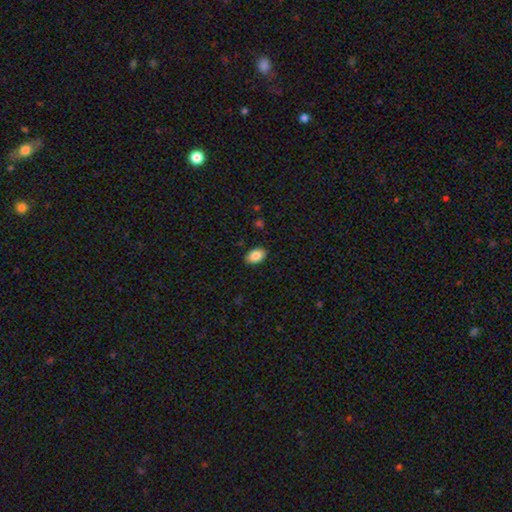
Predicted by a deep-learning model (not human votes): A smooth galaxy with no disk features (86%) that is in between round and cigar-shaped (92%).

Vote fractions:
- Smooth or featured? smooth: 86% / star or artifact: 7% / featured or disk: 6%
- How rounded? in between: 92% / round: 7% / cigar-shaped: 1%
- Merging? none: 89% / minor disturbance: 8% / major disturbance: 2% / merger: 1%